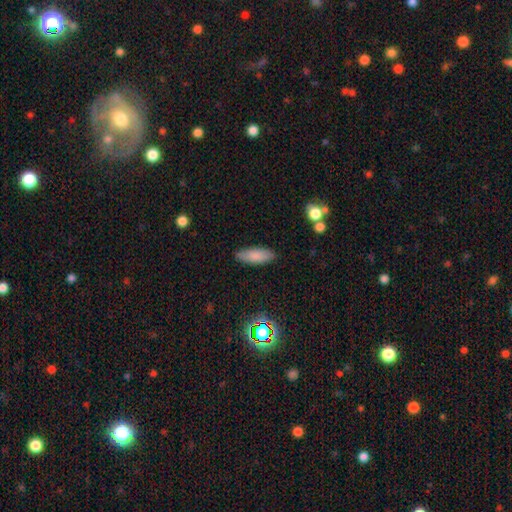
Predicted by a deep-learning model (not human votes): A smooth galaxy with no disk features (83%) that is in between round and cigar-shaped (67%). Merging: none (86%).